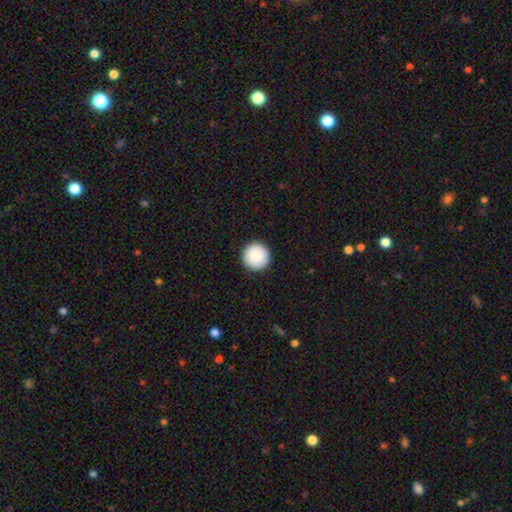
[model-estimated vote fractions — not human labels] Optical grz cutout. It shows a smooth galaxy with no disk features (88%) that is round (97%). Merging: none (93%).